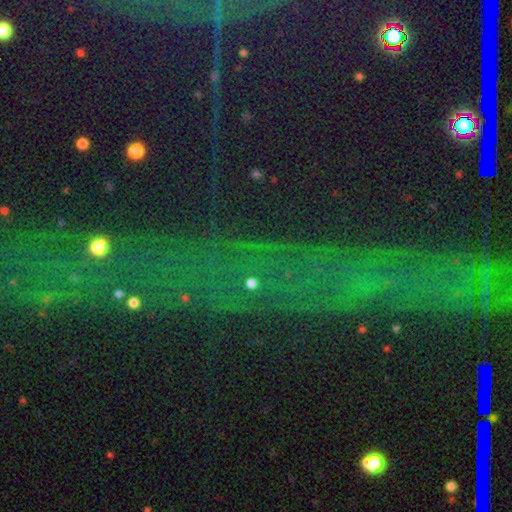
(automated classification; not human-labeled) This is likely a star or artifact rather than a galaxy (77%).